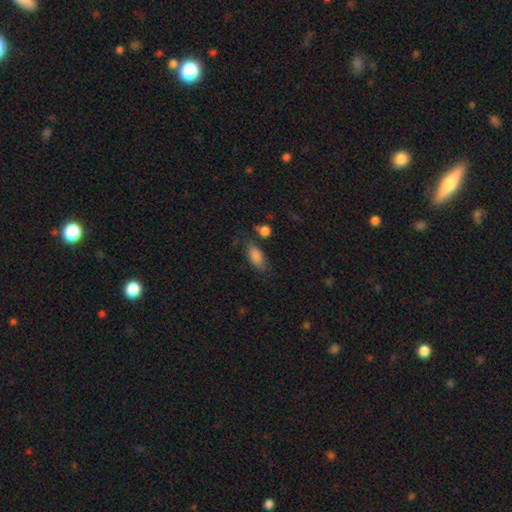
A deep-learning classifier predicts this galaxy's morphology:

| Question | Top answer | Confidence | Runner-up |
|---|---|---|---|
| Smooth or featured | smooth | 84% | star or artifact (8%) |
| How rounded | in between | 84% | cigar-shaped (12%) |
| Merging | none | 64% | minor disturbance (22%) |